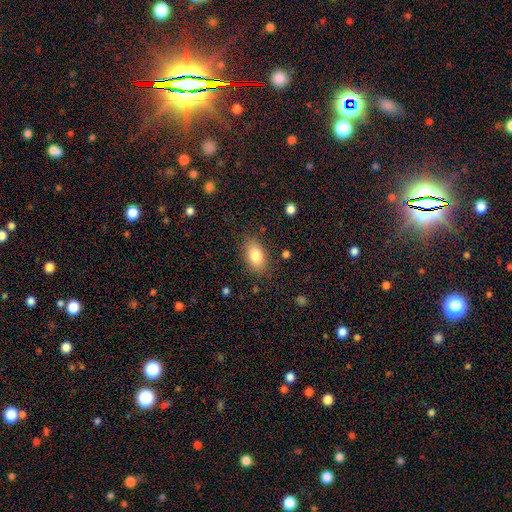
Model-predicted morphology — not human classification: Q: Smooth or featured?
A: smooth (82%); runner-up: featured or disk (11%)
Q: How rounded?
A: in between (88%); runner-up: round (9%)
Q: Merging?
A: none (83%); runner-up: minor disturbance (12%)